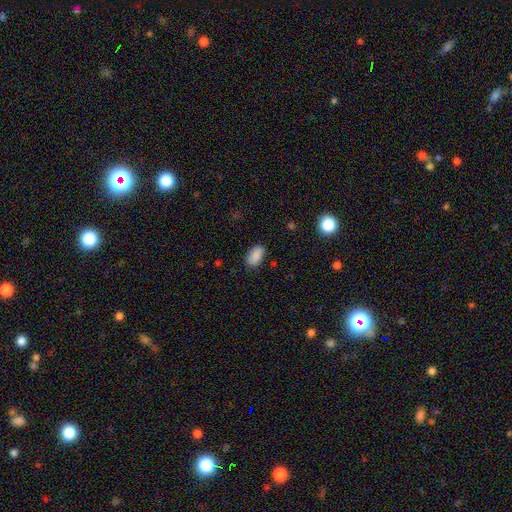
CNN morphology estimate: A smooth galaxy with no disk features (88%) that is in between round and cigar-shaped (93%). Merging: none (84%).